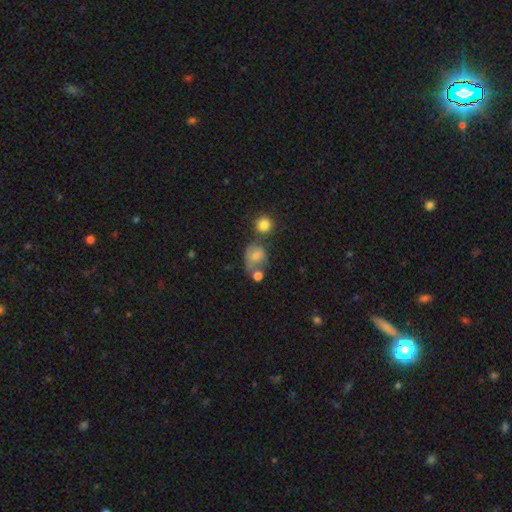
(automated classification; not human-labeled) smooth_or_featured: smooth (p=0.62) [alt: featured or disk p=0.25]
how_rounded: round (p=0.58) [alt: in between p=0.41]
merging: none (p=0.39) [alt: merger p=0.24]